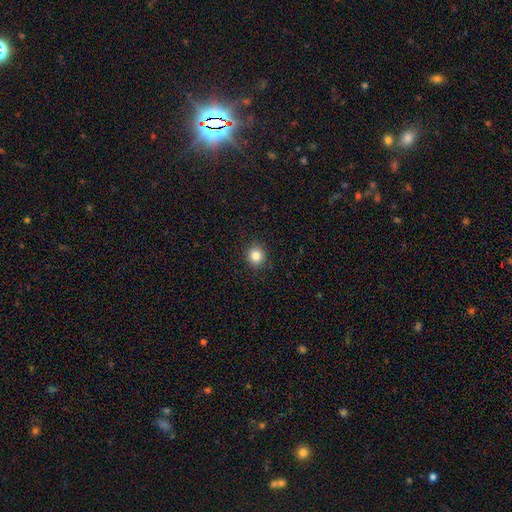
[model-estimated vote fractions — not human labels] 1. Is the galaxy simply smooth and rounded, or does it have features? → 84% smooth, 11% star or artifact, 5% featured or disk.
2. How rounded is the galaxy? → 90% round, 9% in between, 1% cigar-shaped.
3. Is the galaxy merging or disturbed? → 90% none, 7% minor disturbance, 2% major disturbance, 1% merger.